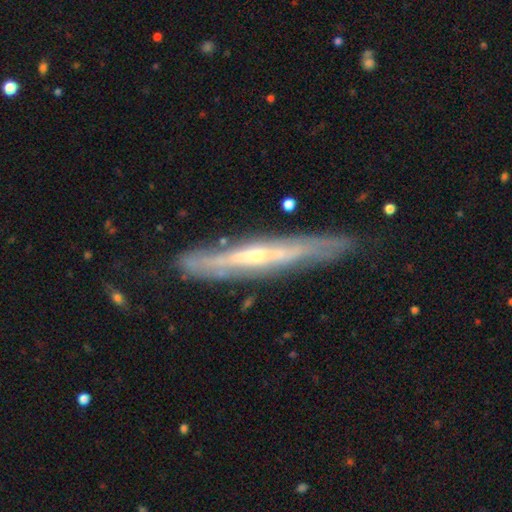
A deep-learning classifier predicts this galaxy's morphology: smooth-or-featured: featured or disk: 77% | smooth: 17% | star or artifact: 6%
  disk-edge-on: yes: 82% | no: 18%
    edge-on-bulge: rounded: 60% | none: 36% | boxy: 4%
  merging: none: 79% | minor disturbance: 16% | major disturbance: 3% | merger: 2%